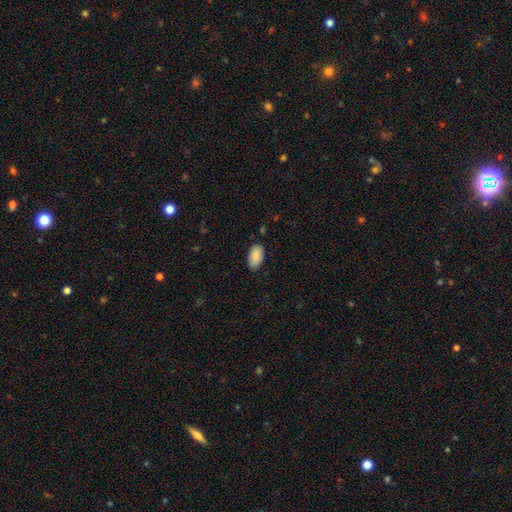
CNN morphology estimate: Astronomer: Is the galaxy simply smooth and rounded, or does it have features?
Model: smooth — 89%.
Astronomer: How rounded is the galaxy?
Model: in between — 95%.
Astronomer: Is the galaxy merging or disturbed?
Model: none — 84%.